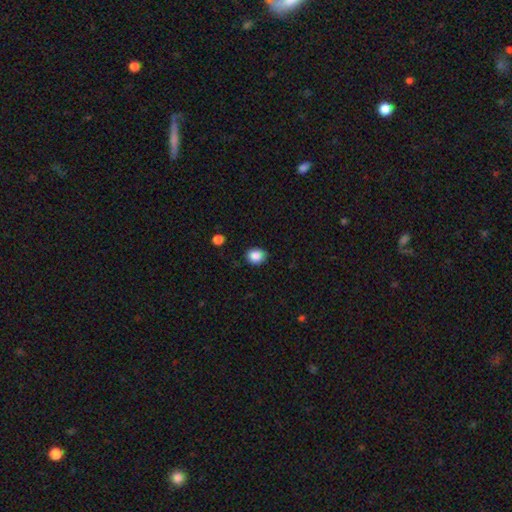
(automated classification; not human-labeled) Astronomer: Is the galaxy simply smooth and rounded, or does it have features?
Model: smooth — 87%.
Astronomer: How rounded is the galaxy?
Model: round — 66%.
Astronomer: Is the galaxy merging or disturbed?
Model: none — 85%.